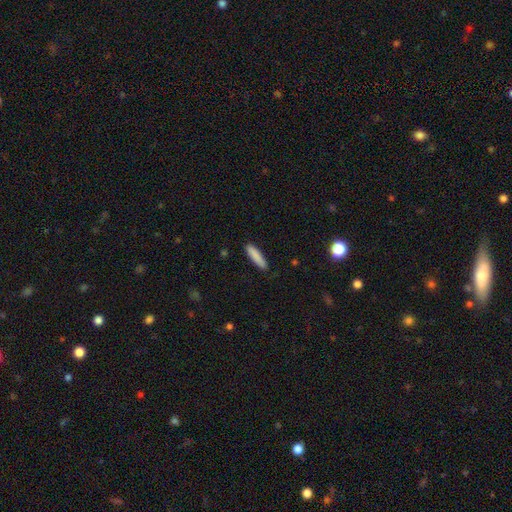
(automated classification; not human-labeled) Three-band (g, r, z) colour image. It shows a smooth galaxy with no disk features (87%) that is cigar-shaped (80%). Merging: none (88%).